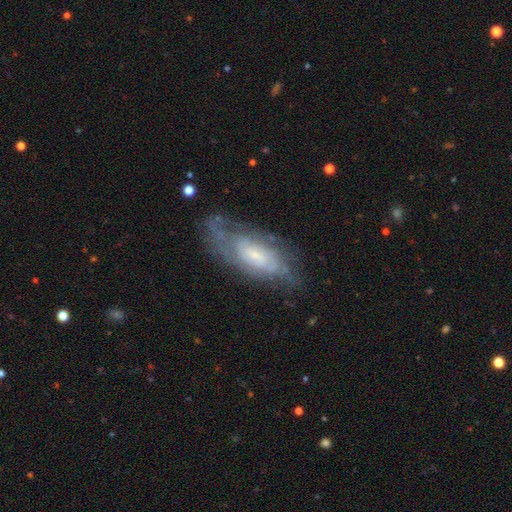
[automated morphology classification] featured or disk 73%, smooth 20%, star or artifact 7%. Down the decision tree: edge-on disk — no (89%); bar — no (65%); spiral arms — yes (82%); spiral arm count — can't tell (55%); spiral winding — tight (54%); bulge size — small (62%); merging — none (63%).